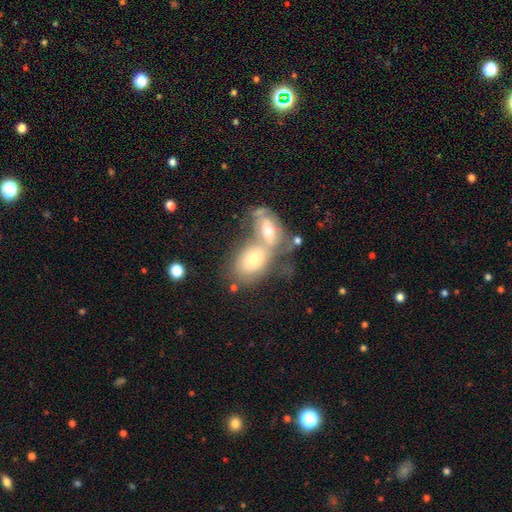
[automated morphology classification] A smooth galaxy with no disk features (49%). Merging: merger (66%).